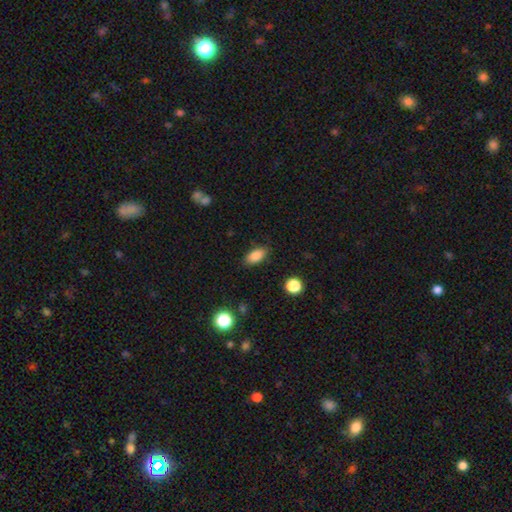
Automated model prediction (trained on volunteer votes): A smooth galaxy with no disk features (86%) that is in between round and cigar-shaped (89%). Merging: none (86%).